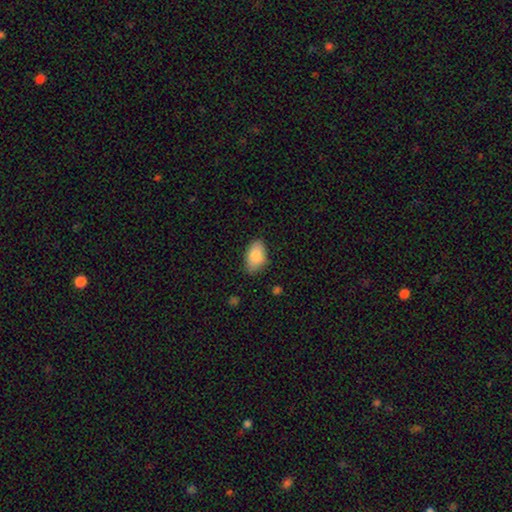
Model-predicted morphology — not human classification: A smooth galaxy with no disk features (85%) that is in between round and cigar-shaped (91%). Merging: none (77%).